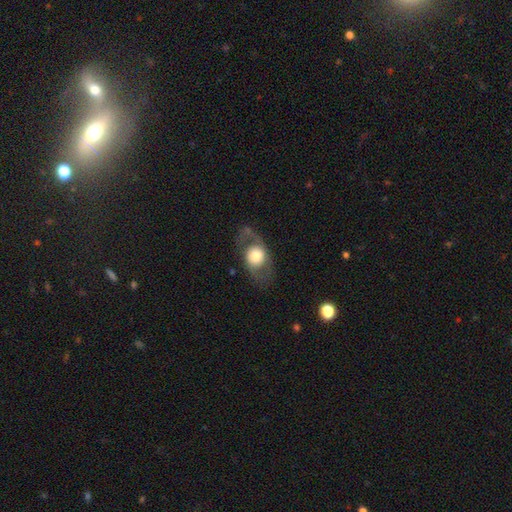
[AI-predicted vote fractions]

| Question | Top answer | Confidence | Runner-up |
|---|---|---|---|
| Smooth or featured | featured or disk | 48% | smooth (46%) |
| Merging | none | 68% | minor disturbance (16%) |